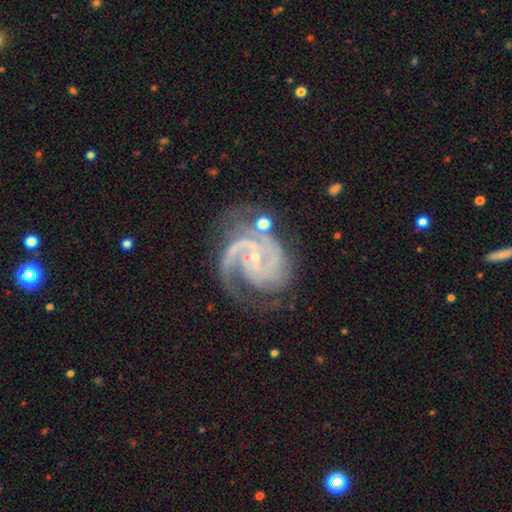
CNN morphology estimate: smooth_or_featured: featured or disk (p=0.92) [alt: star or artifact p=0.05]
disk_edge_on: no (p=0.98) [alt: yes p=0.02]
bar: no (p=0.55) [alt: weak p=0.33]
has_spiral_arms: yes (p=0.98) [alt: no p=0.02]
spiral_winding: tight (p=0.52) [alt: medium p=0.41]
spiral_arm_count: 2 (p=0.46) [alt: 3 p=0.32]
bulge_size: small (p=0.82) [alt: moderate p=0.12]
merging: none (p=0.60) [alt: minor disturbance p=0.21]